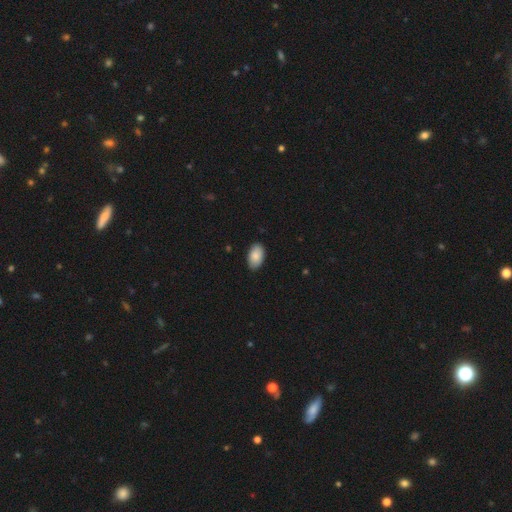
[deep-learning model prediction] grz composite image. It shows a smooth galaxy with no disk features (87%) that is in between round and cigar-shaped (95%). Merging: none (86%).